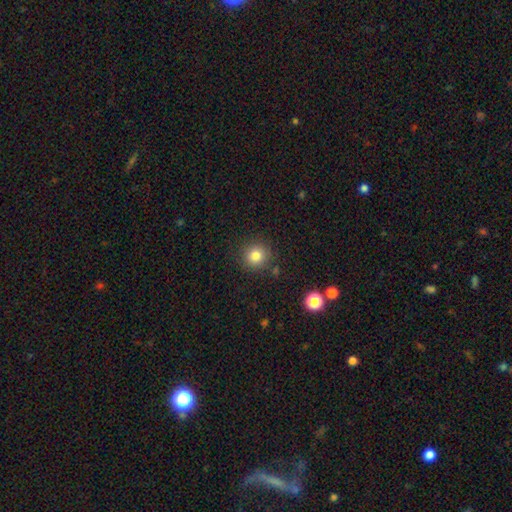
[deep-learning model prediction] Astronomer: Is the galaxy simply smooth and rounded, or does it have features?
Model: smooth — 82%.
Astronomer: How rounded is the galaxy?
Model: round — 93%.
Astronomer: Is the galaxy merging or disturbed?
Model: none — 87%.